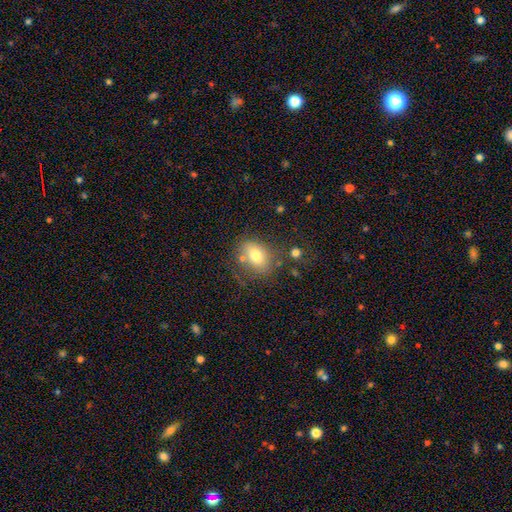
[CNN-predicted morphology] A smooth galaxy with no disk features (74%) that is in between round and cigar-shaped (70%). Merging: none (64%).